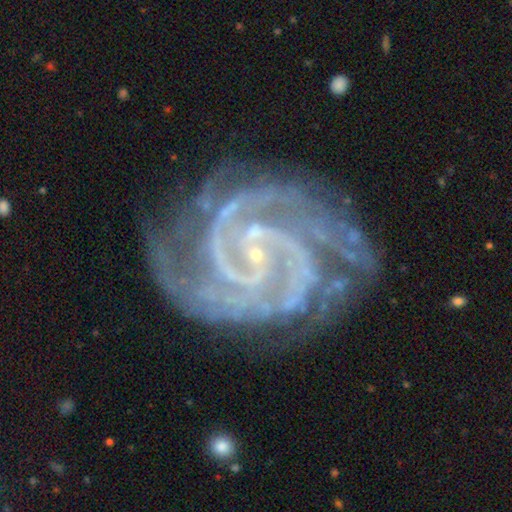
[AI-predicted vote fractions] Smooth or featured? featured or disk (94%)
Edge-on disk? no (98%)
Bar? no (43%)
Spiral arms? yes (99%)
Spiral winding? tight (62%)
Spiral arm count? 2 (41%)
Bulge size? small (89%)
Merging? none (73%)